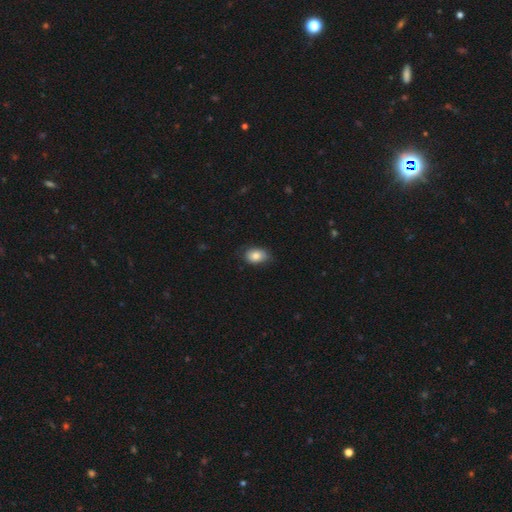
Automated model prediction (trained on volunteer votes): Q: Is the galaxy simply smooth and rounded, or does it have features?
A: smooth — 81%.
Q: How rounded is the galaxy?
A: in between — 81%.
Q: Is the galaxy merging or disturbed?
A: none — 69%.